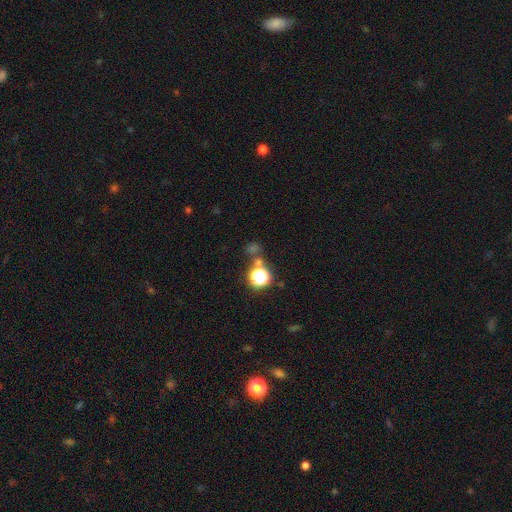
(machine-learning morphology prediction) A star or artifact, not a galaxy (55%).